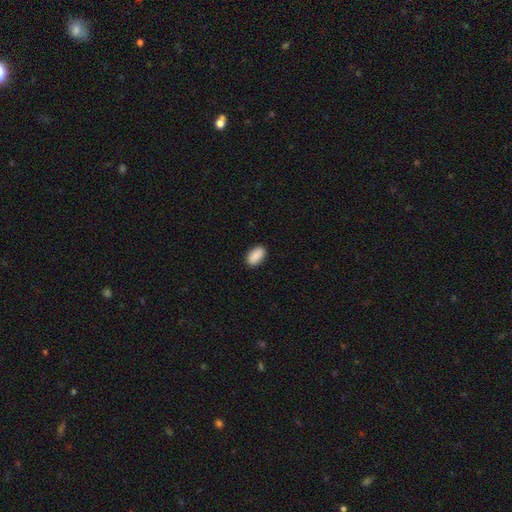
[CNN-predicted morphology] A smooth galaxy with no disk features (90%) that is in between round and cigar-shaped (93%). Merging: none (89%).